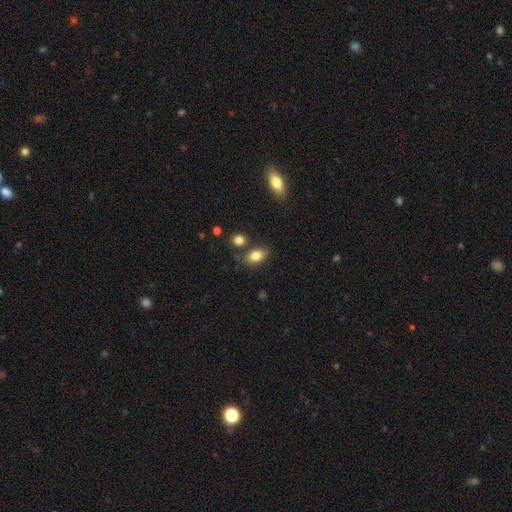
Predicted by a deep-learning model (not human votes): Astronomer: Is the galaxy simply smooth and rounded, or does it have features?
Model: smooth — 82%.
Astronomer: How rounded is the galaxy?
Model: in between — 84%.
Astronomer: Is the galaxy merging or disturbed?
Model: none — 74%.